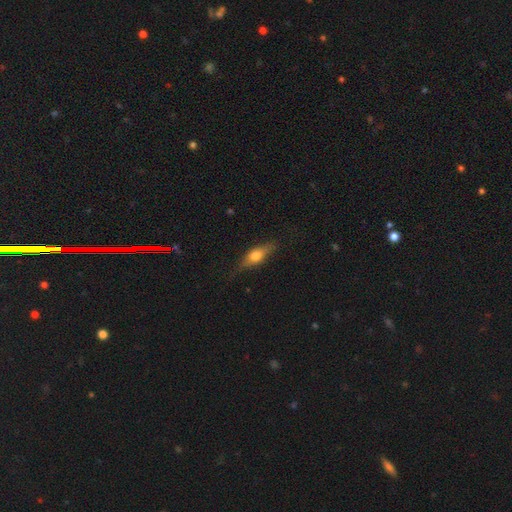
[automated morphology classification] A smooth galaxy with no disk features (50%). Merging: none (77%).